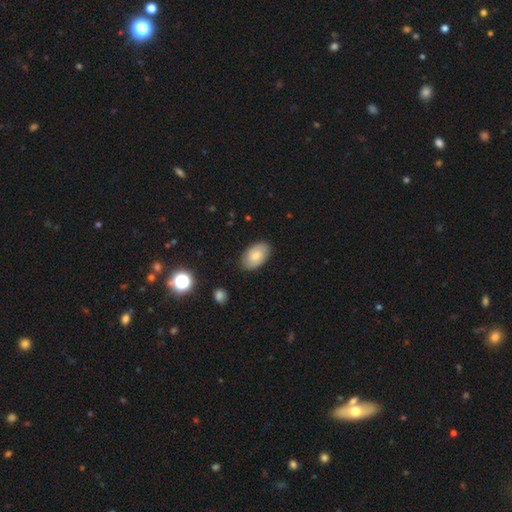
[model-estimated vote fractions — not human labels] smooth_or_featured: smooth (p=0.69) [alt: featured or disk p=0.23]
how_rounded: in between (p=0.92) [alt: round p=0.07]
merging: none (p=0.84) [alt: minor disturbance p=0.12]